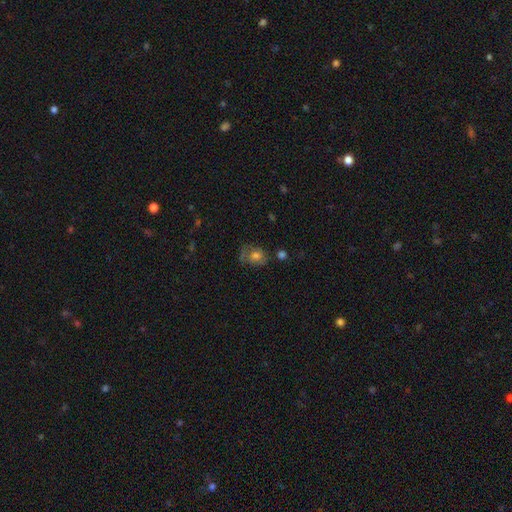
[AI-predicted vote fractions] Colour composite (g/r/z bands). It shows a smooth galaxy with no disk features (53%) that is round (57%). Merging: none (53%).